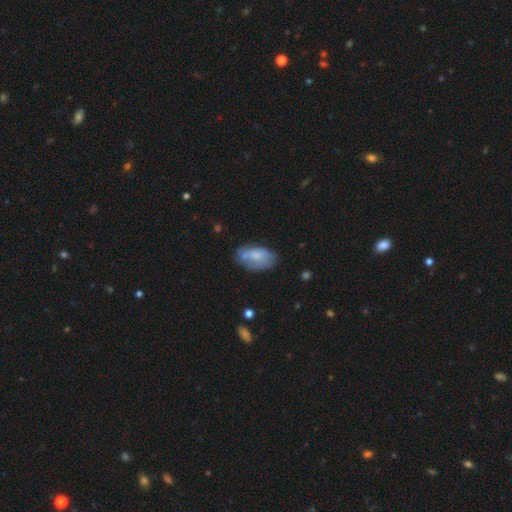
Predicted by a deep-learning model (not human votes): Q: Smooth or featured?
A: smooth (65%); runner-up: featured or disk (27%)
Q: How rounded?
A: in between (92%); runner-up: round (5%)
Q: Merging?
A: none (49%); runner-up: minor disturbance (28%)